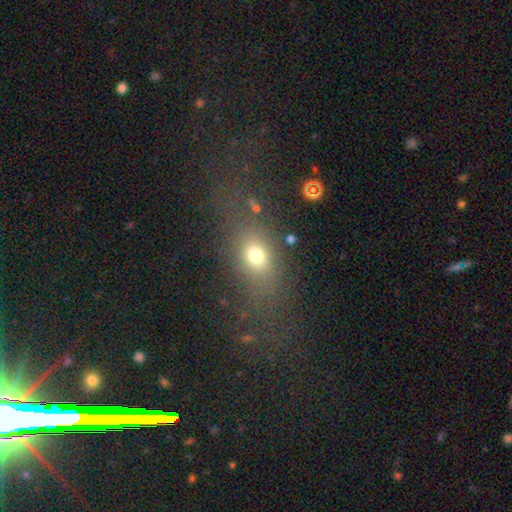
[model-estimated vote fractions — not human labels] Smooth or featured?
  - smooth: 69% *
  - star or artifact: 17%
  - featured or disk: 14%
How rounded?
  - in between: 67% *
  - round: 27%
  - cigar-shaped: 6%
Merging?
  - none: 62% *
  - minor disturbance: 16%
  - major disturbance: 15%
  - merger: 7%